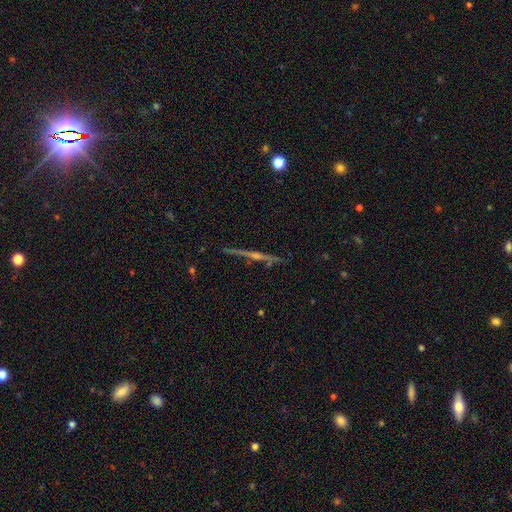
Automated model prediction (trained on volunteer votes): smooth_or_featured: featured or disk (p=0.78) [alt: smooth p=0.12]
disk_edge_on: yes (p=0.97) [alt: no p=0.03]
edge_on_bulge: rounded (p=0.72) [alt: none p=0.19]
merging: none (p=0.86) [alt: minor disturbance p=0.09]